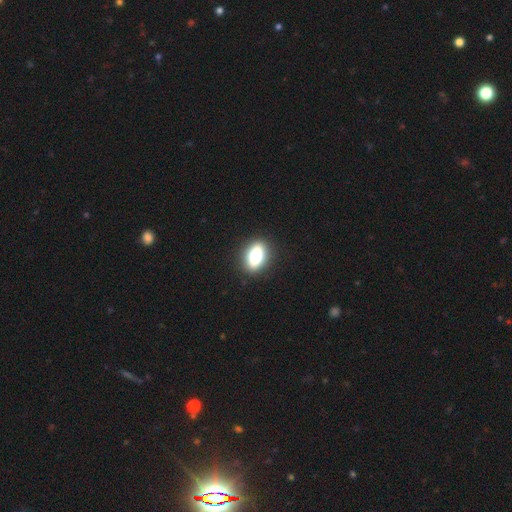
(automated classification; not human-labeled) A smooth galaxy with no disk features (75%) that is in between round and cigar-shaped (80%).

Vote fractions:
- Smooth or featured? smooth: 75% / featured or disk: 16% / star or artifact: 9%
- How rounded? in between: 80% / round: 16% / cigar-shaped: 5%
- Merging? none: 89% / minor disturbance: 8% / major disturbance: 2% / merger: 1%